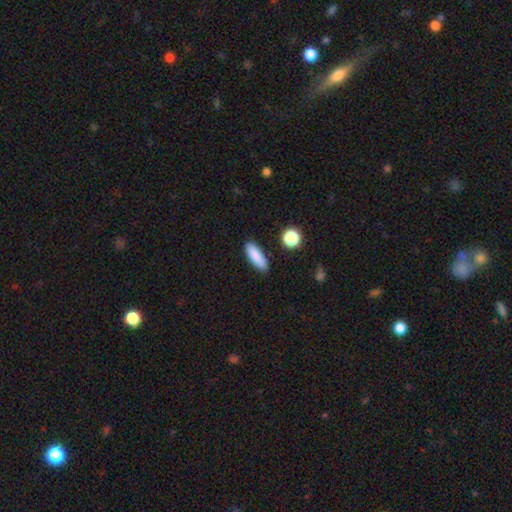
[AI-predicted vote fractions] Smooth or featured? Predicted: smooth (p=0.87). How rounded? Predicted: in between (p=0.56). Merging? Predicted: none (p=0.87).